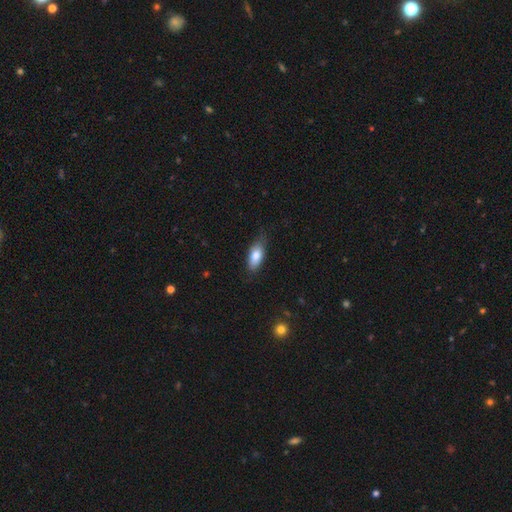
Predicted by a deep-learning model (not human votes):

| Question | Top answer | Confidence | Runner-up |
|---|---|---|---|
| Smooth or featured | smooth | 79% | featured or disk (14%) |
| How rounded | in between | 82% | cigar-shaped (15%) |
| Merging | none | 72% | minor disturbance (23%) |